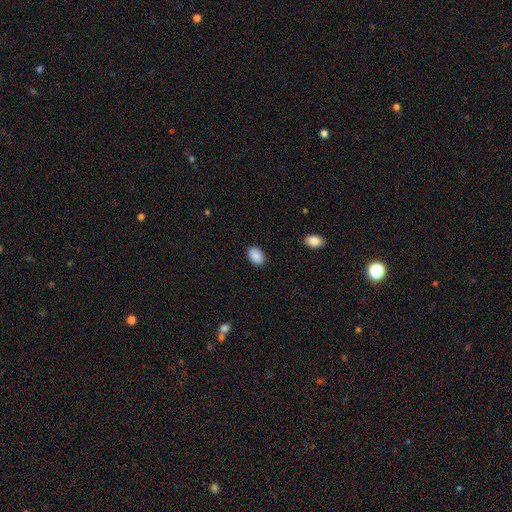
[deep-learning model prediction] This is clearly a smooth galaxy (90%). How rounded: clearly in between (84%). Merging: clearly none (88%).